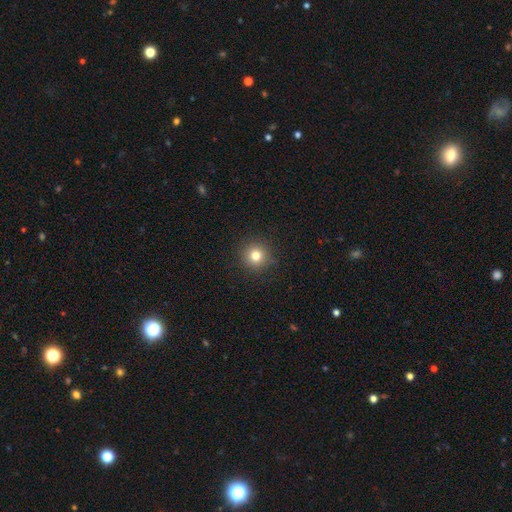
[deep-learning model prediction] A smooth galaxy with no disk features (79%) that is round (95%). Merging: none (91%).